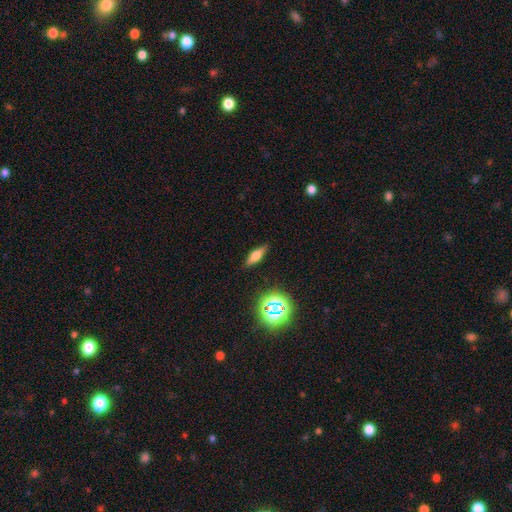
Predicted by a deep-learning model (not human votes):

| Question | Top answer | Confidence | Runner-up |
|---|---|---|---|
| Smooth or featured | smooth | 55% | featured or disk (31%) |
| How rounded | cigar-shaped | 49% | in between (46%) |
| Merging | none | 87% | minor disturbance (9%) |